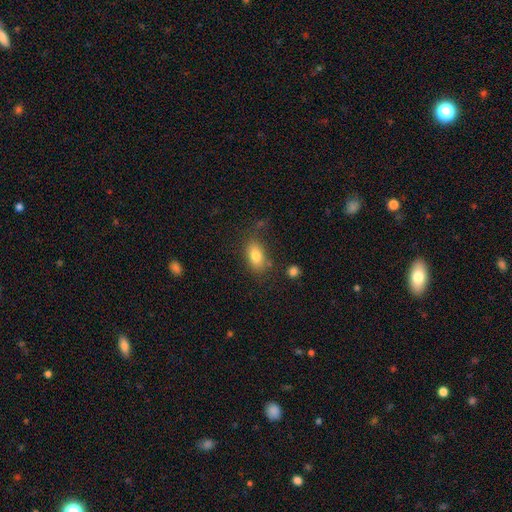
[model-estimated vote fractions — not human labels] The model was most divided on "merging": none: 73%, minor disturbance: 16%, major disturbance: 5%, merger: 5%. More confident: how rounded — in between (88%); smooth or featured — smooth (80%).